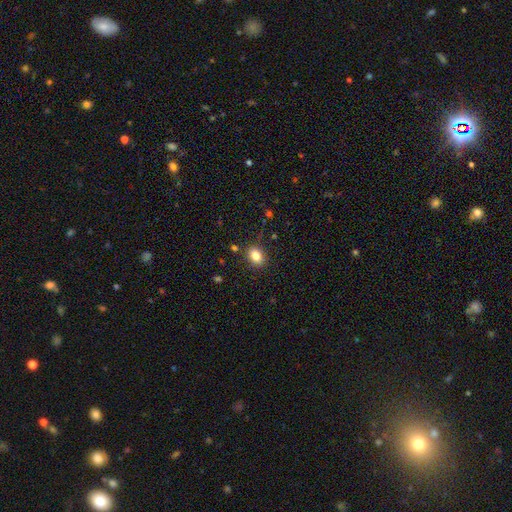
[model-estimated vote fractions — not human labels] The model was most divided on "how rounded": in between: 60%, round: 38%, cigar-shaped: 1%. More confident: merging — none (85%); smooth or featured — smooth (82%).